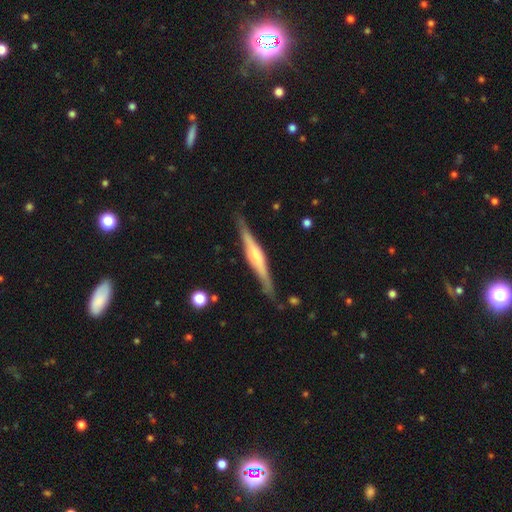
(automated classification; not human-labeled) This is likely a featured or disk galaxy (71%). It is clearly viewed edge-on (97%). Edge-on bulge: possibly rounded (60%). Merging: clearly none (85%).